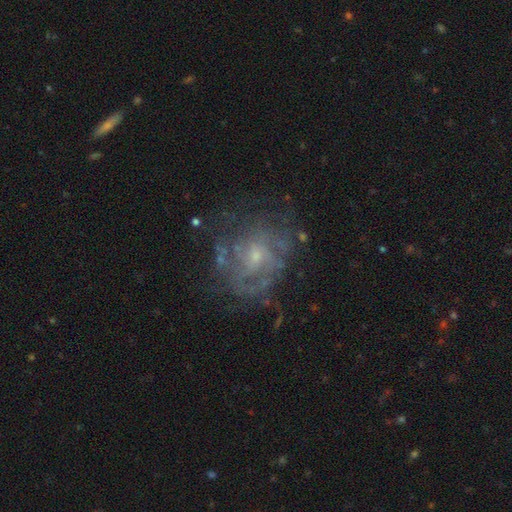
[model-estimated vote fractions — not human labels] featured or disk 74%, smooth 15%, star or artifact 11%. Down the decision tree: edge-on disk — no (98%); bar — no (71%); spiral arms — yes (71%); spiral arm count — can't tell (50%); spiral winding — tight (47%); bulge size — small (66%); merging — none (61%).